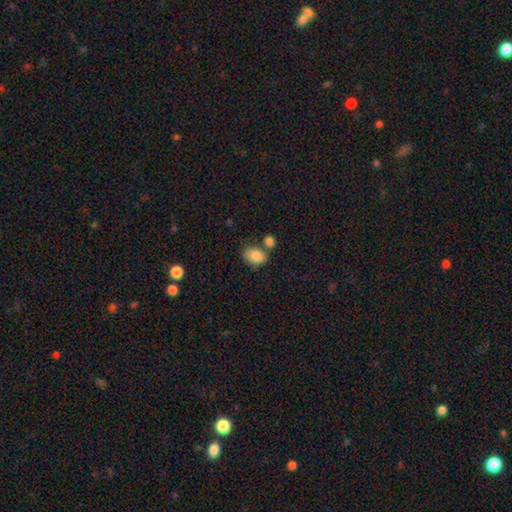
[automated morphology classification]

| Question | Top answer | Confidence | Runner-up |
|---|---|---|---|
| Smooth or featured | smooth | 87% | star or artifact (8%) |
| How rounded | in between | 82% | round (17%) |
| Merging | none | 56% | merger (23%) |